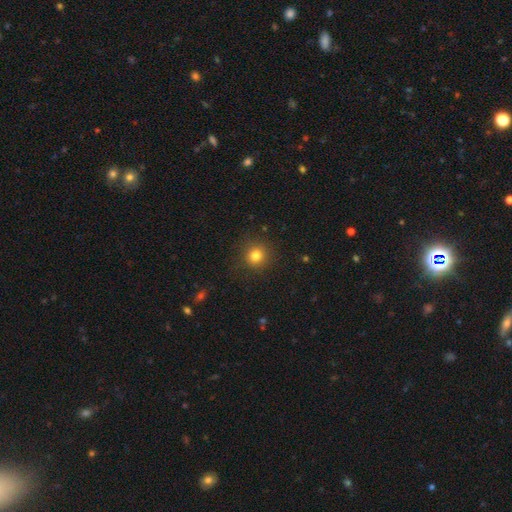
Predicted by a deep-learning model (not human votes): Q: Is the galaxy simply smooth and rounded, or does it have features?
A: smooth — 81%.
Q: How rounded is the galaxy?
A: round — 92%.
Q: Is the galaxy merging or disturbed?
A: none — 89%.